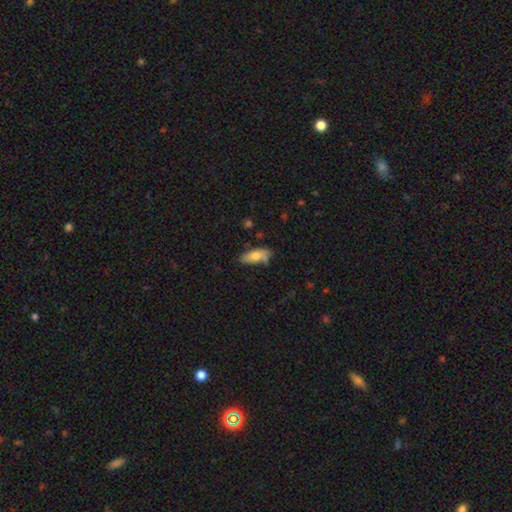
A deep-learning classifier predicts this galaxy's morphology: Smooth or featured?
  - smooth: 75% *
  - featured or disk: 18%
  - star or artifact: 7%
How rounded?
  - in between: 79% *
  - cigar-shaped: 18%
  - round: 3%
Merging?
  - none: 62% *
  - minor disturbance: 27%
  - major disturbance: 6%
  - merger: 5%